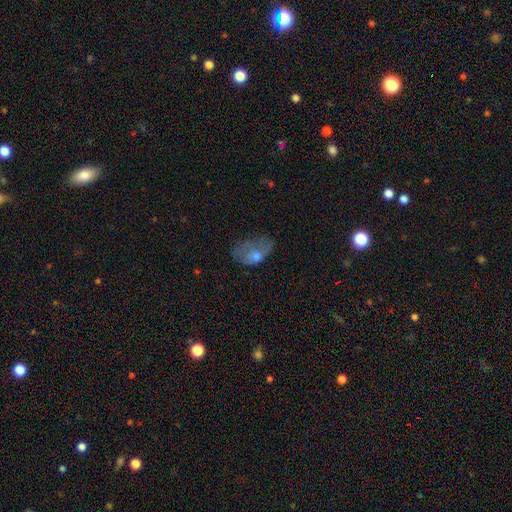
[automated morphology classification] Smooth or featured? smooth (54%)
How rounded? in between (87%)
Merging? major disturbance (37%)